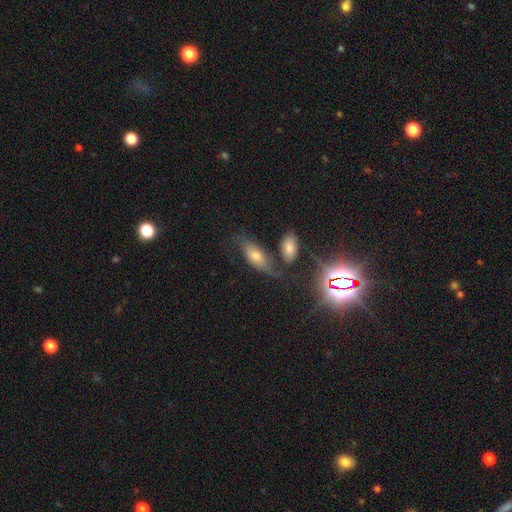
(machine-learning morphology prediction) Smooth or featured? Predicted: smooth (p=0.45). Merging? Predicted: none (p=0.56).